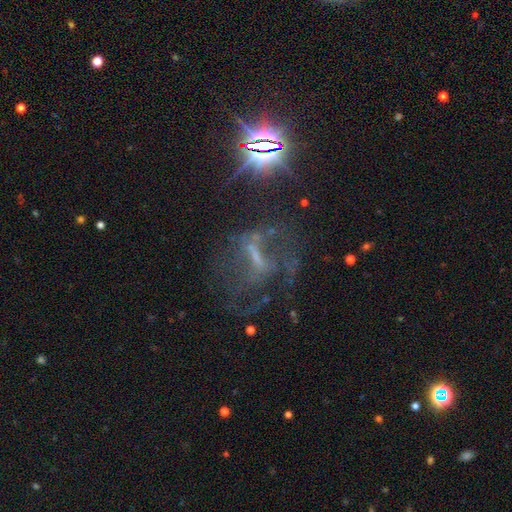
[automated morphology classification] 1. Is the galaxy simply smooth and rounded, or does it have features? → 53% featured or disk, 36% star or artifact, 11% smooth.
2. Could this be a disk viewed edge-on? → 89% no, 11% yes.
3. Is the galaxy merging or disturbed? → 47% none, 32% major disturbance, 17% minor disturbance, 4% merger.